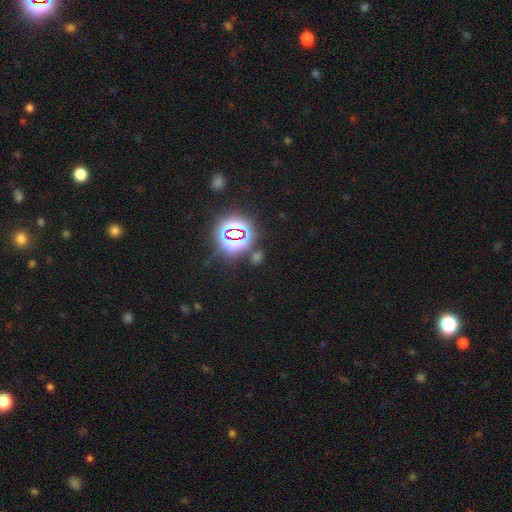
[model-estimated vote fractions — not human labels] smooth-or-featured: star or artifact: 74% | smooth: 18% | featured or disk: 8%